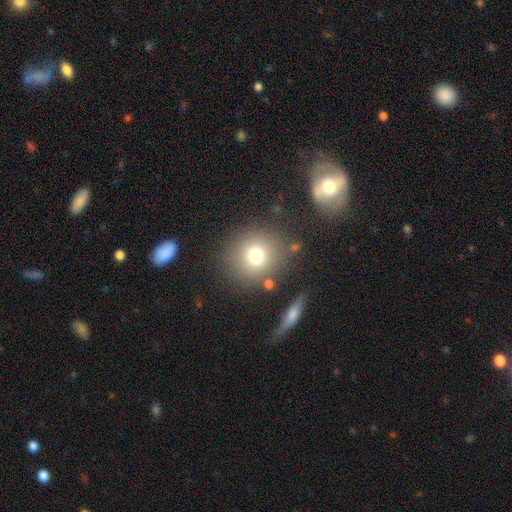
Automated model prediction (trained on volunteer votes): A smooth galaxy with no disk features (74%) that is round (89%). Merging: none (80%).